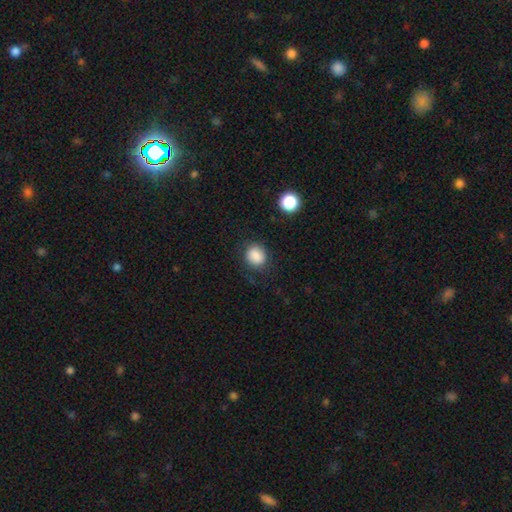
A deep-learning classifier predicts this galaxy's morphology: A smooth galaxy with no disk features (86%) that is round (71%). Merging: none (78%).